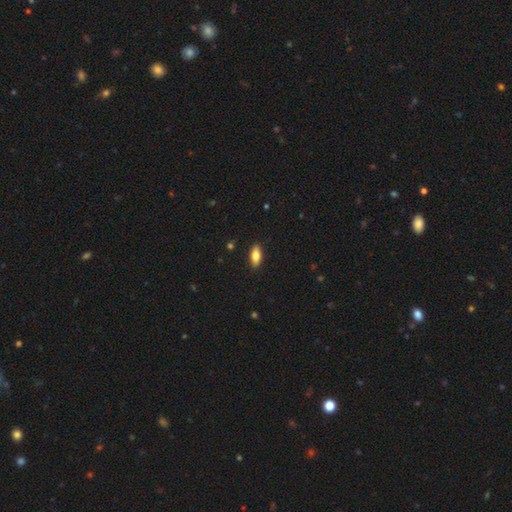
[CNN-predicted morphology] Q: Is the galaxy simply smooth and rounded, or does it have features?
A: smooth — 77%.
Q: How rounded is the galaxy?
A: in between — 81%.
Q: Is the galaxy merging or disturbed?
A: none — 89%.